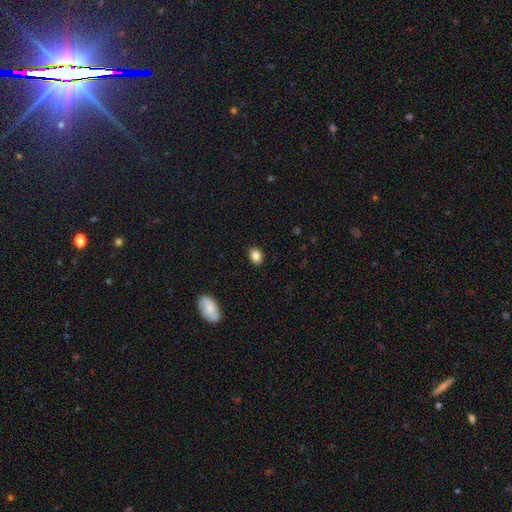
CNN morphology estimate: A smooth galaxy with no disk features (86%) that is in between round and cigar-shaped (65%). Merging: none (89%).